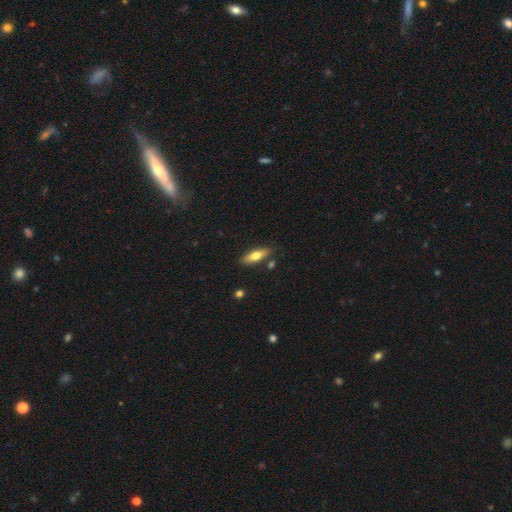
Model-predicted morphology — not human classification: This is likely a smooth galaxy (63%). How rounded: possibly in between (53%). Merging: clearly none (83%).